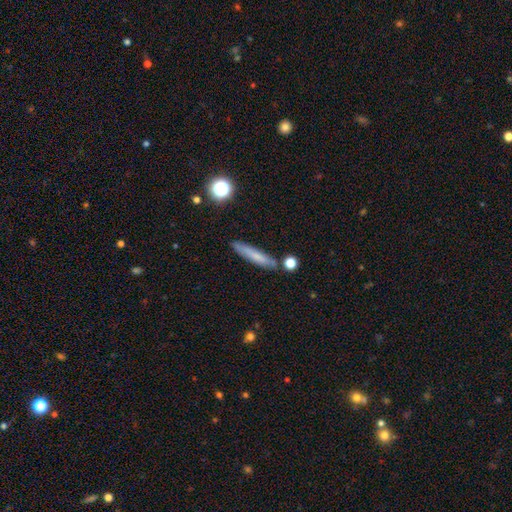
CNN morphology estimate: Smooth or featured: smooth — 67% (featured or disk — 24%)
How rounded: cigar-shaped — 90% (in between — 8%)
Merging: none — 81% (minor disturbance — 12%)